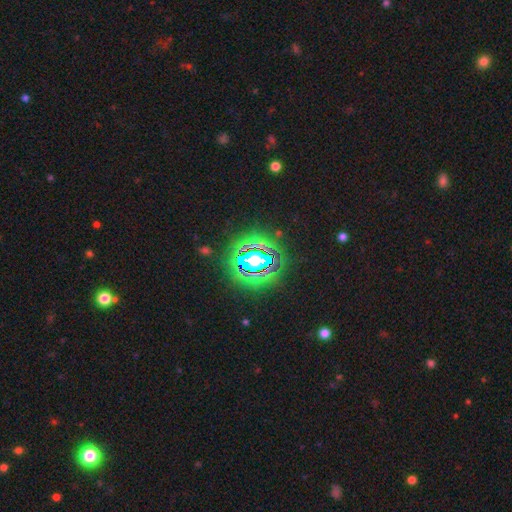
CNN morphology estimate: smooth_or_featured: star or artifact (p=0.70) [alt: smooth p=0.17]